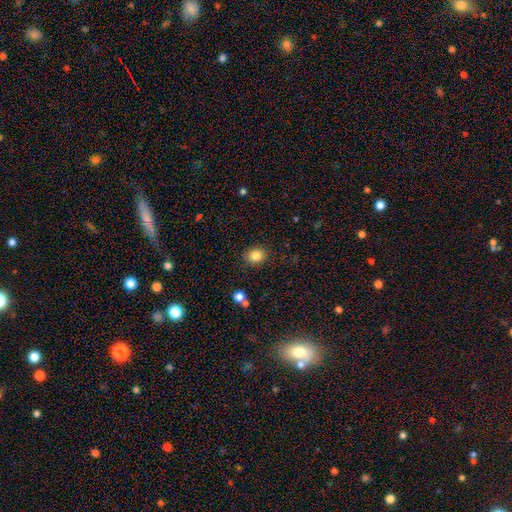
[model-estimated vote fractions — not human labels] smooth 84%, star or artifact 10%, featured or disk 6%. Down the decision tree: how rounded — round (55%); merging — none (86%).